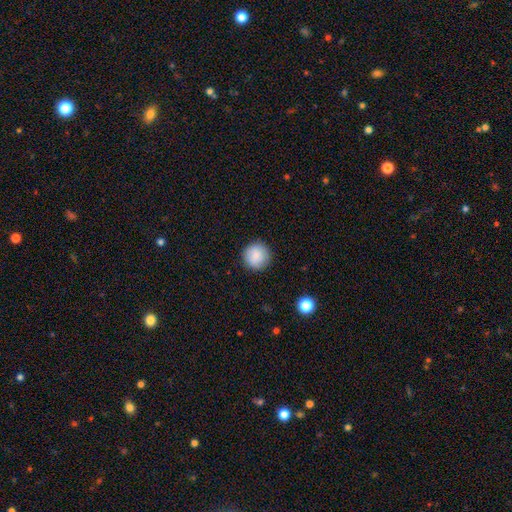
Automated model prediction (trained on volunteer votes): Smooth or featured? smooth (88%)
How rounded? round (95%)
Merging? none (91%)